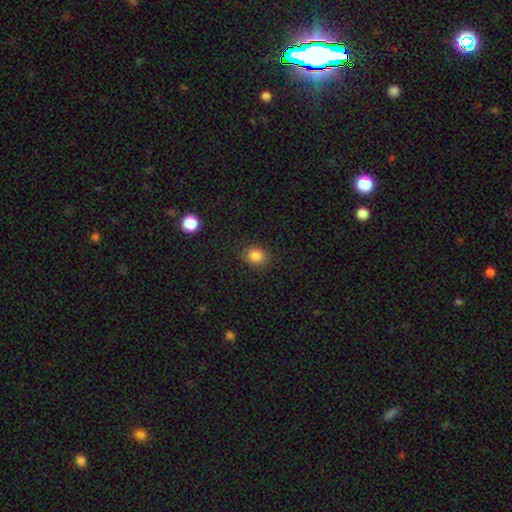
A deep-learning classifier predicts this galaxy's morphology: A smooth galaxy with no disk features (84%) that is round (68%). Merging: none (87%).